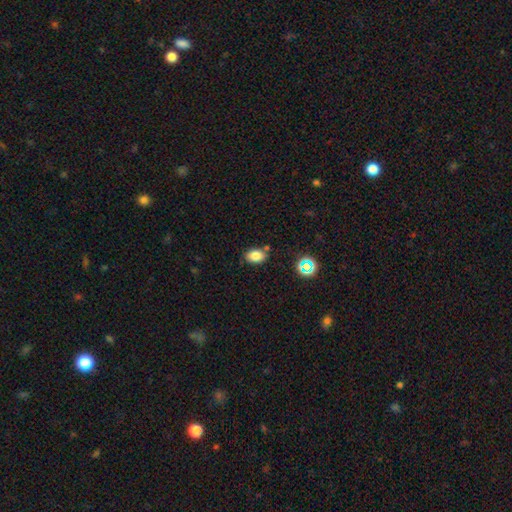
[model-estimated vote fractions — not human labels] smooth-or-featured: smooth: 79% | star or artifact: 12% | featured or disk: 9%
  how-rounded: in between: 82% | round: 17% | cigar-shaped: 1%
  merging: none: 79% | minor disturbance: 13% | merger: 6% | major disturbance: 3%